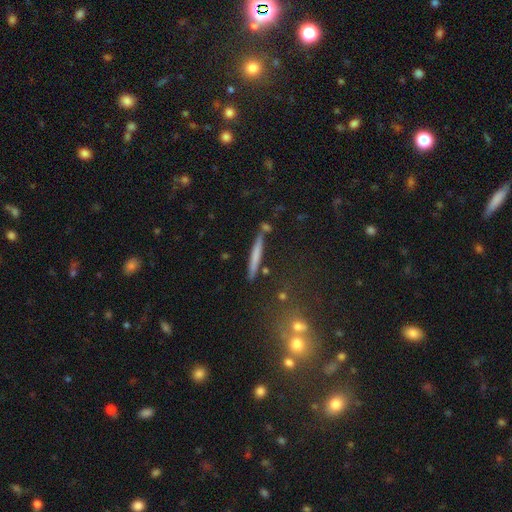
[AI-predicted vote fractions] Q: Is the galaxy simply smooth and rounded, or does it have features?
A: smooth — 58%.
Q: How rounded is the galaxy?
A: cigar-shaped — 95%.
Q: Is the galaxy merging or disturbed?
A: none — 82%.